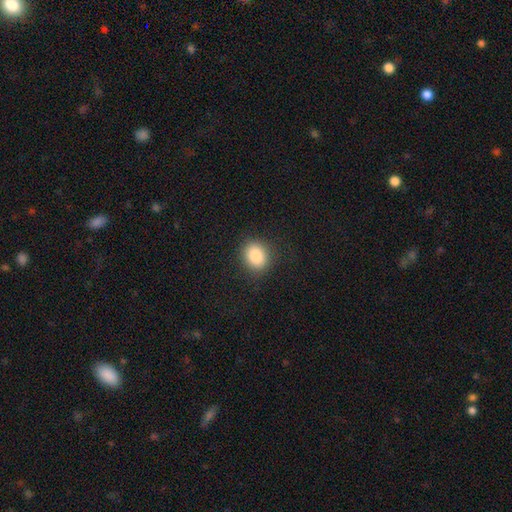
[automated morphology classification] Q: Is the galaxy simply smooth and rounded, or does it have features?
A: smooth — 86%.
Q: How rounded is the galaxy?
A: round — 63%.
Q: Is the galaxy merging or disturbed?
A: none — 88%.